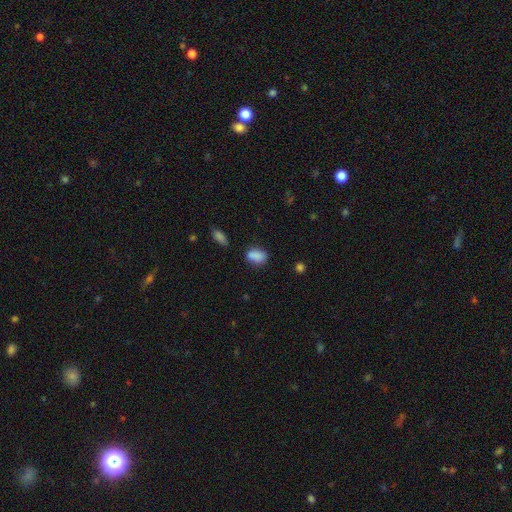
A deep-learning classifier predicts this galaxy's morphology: type=smooth (85%); roundness=in between (84%); merging=none (68%).